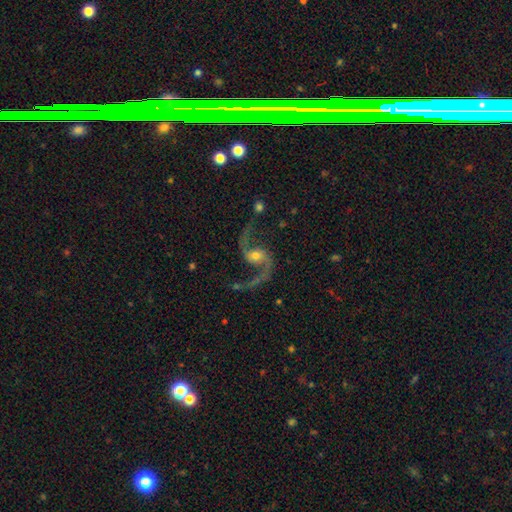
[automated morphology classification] Smooth or featured? Predicted: featured or disk (p=0.92). Edge-on disk? Predicted: no (p=0.98). Bar? Predicted: no (p=0.54). Spiral arms? Predicted: yes (p=0.98). Spiral winding? Predicted: loose (p=0.80). Spiral arm count? Predicted: 2 (p=0.95). Bulge size? Predicted: moderate (p=0.53). Merging? Predicted: none (p=0.75).